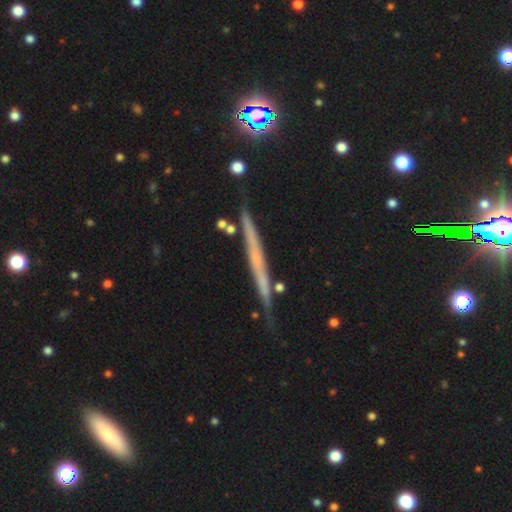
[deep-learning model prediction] The model was most divided on "smooth or featured": featured or disk: 58%, smooth: 32%, star or artifact: 10%. More confident: edge-on disk — yes (96%); edge-on bulge — none (83%); merging — none (82%).